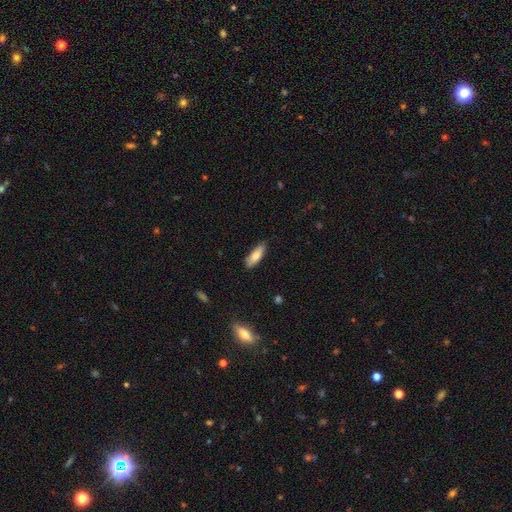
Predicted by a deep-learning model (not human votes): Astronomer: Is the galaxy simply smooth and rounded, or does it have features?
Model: smooth — 81%.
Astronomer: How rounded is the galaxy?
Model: in between — 59% (runner-up: cigar-shaped, 39%).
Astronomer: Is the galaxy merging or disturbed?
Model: none — 82%.